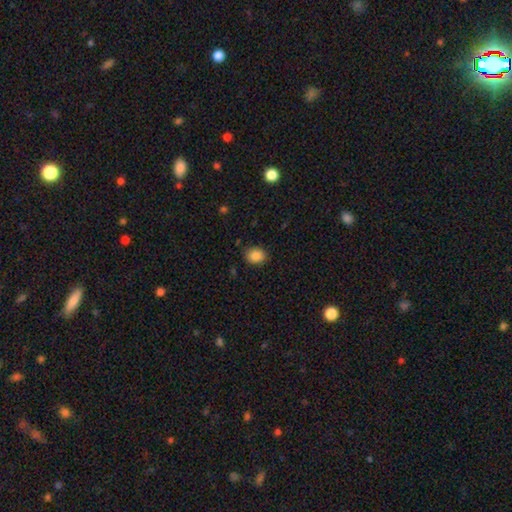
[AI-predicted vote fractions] Smooth or featured? Predicted: smooth (p=0.86). How rounded? Predicted: in between (p=0.51). Merging? Predicted: none (p=0.86).